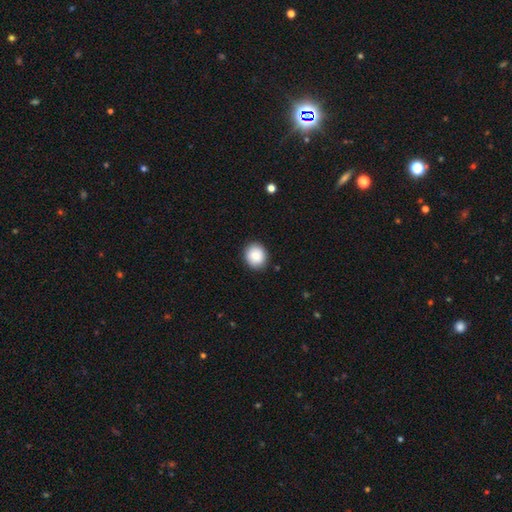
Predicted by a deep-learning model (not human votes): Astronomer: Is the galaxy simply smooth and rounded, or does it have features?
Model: smooth — 86%.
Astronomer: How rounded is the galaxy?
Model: round — 72%.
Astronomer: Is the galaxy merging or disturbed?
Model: none — 88%.